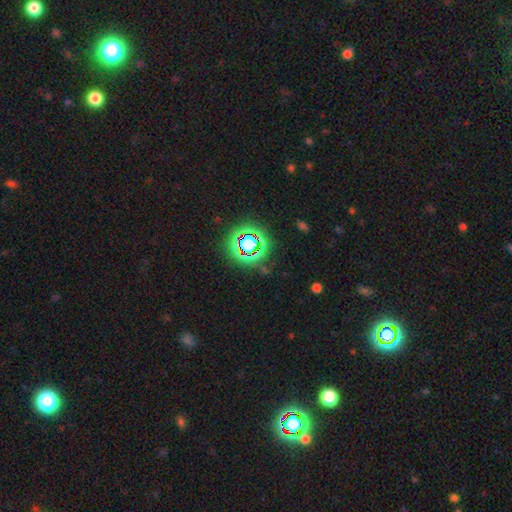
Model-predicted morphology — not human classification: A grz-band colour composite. It shows a star or artifact, not a galaxy (75%).